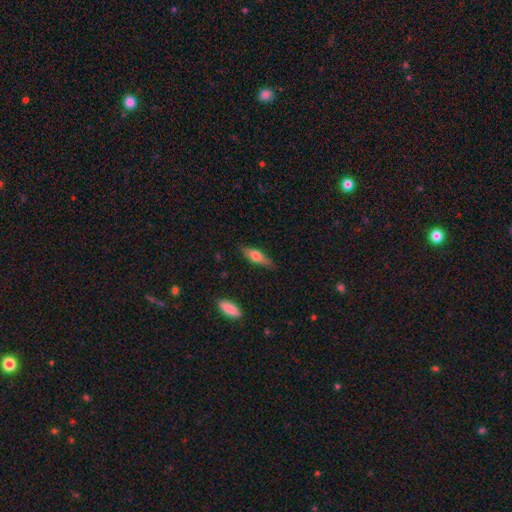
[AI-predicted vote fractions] Overall: smooth (60%; featured or disk 33%). How rounded: cigar-shaped (49%; in between 48%). Merging: none (78%).